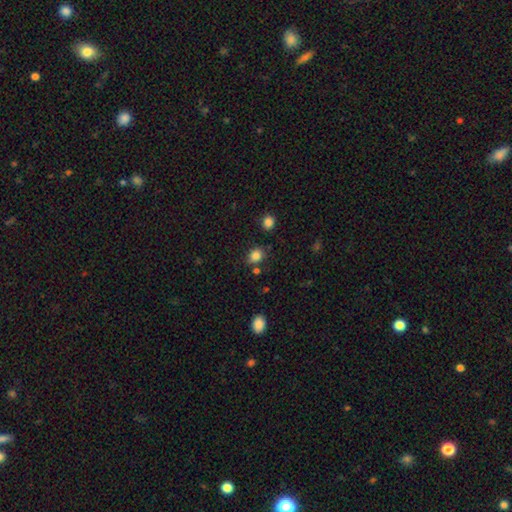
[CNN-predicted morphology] This appears to be a smooth galaxy with no disk features (84%) that is round (55%). Merging: none (76%).